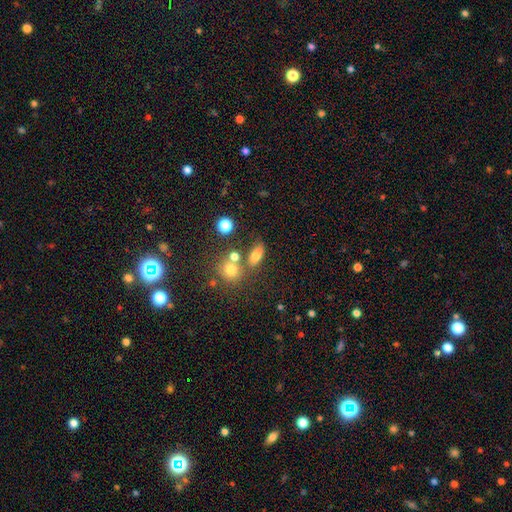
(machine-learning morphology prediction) A smooth galaxy with no disk features (70%) that is in between round and cigar-shaped (69%). Merging: none (63%).